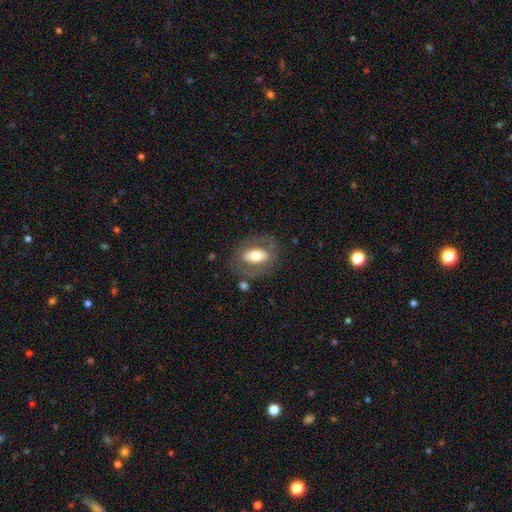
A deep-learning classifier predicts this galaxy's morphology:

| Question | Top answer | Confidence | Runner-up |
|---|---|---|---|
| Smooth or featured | smooth | 50% | featured or disk (44%) |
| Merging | none | 73% | minor disturbance (15%) |